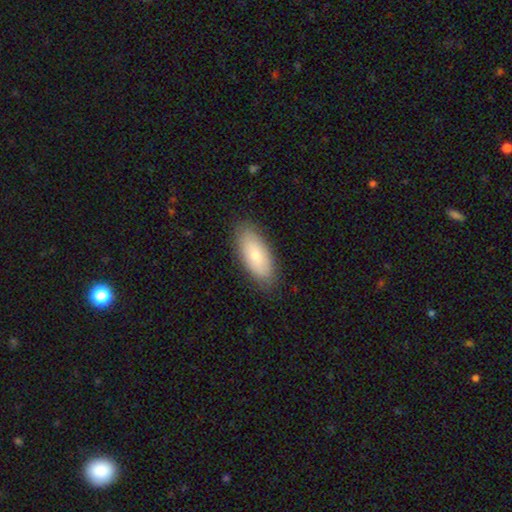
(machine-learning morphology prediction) This is likely a smooth galaxy (75%). How rounded: clearly in between (86%). Merging: clearly none (85%).